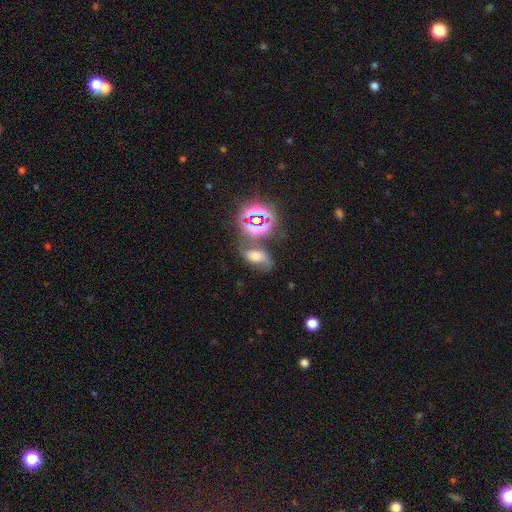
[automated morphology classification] Overall: featured or disk (36%, tied with smooth). Merging: none (44%; minor disturbance 21%).